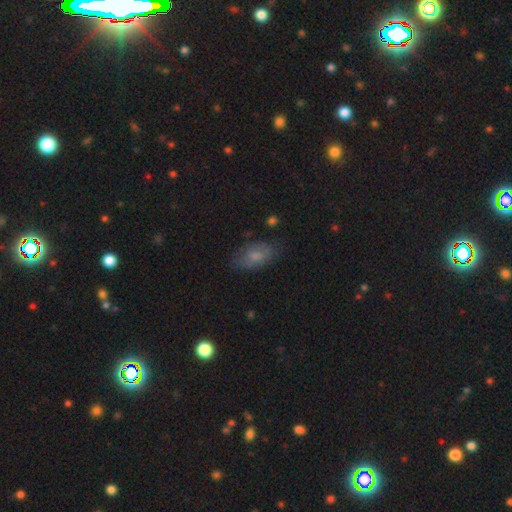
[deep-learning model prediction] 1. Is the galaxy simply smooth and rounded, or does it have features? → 65% smooth, 26% featured or disk, 8% star or artifact.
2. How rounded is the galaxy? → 91% in between, 6% round, 3% cigar-shaped.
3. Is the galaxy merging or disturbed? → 66% none, 24% minor disturbance, 8% major disturbance, 2% merger.